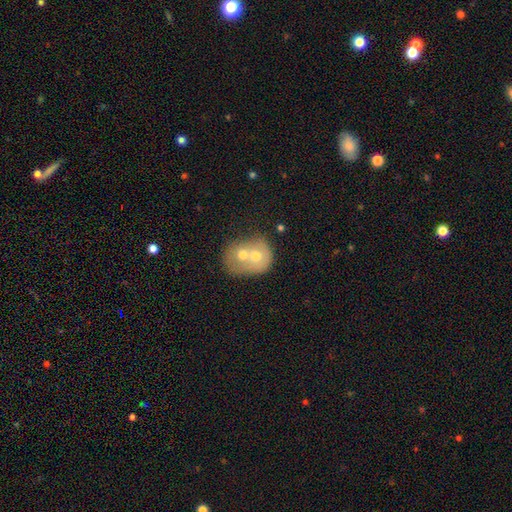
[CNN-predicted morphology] This is possibly a smooth galaxy (55%). How rounded: likely round (62%). Merging: likely merger (78%).